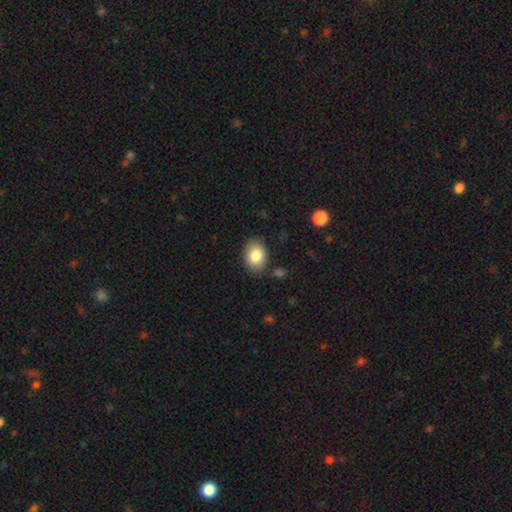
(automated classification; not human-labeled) Smooth or featured: smooth — 84% (featured or disk — 8%)
How rounded: in between — 67% (round — 32%)
Merging: none — 84% (minor disturbance — 11%)